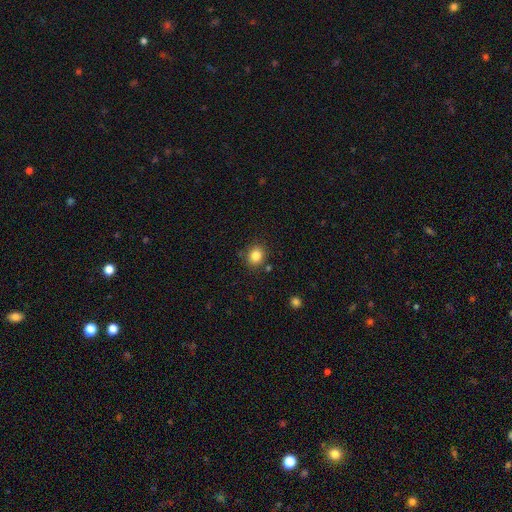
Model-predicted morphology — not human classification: A smooth galaxy with no disk features (84%) that is round (75%).

Vote fractions:
- Smooth or featured? smooth: 84% / star or artifact: 11% / featured or disk: 5%
- How rounded? round: 75% / in between: 24% / cigar-shaped: 1%
- Merging? none: 84% / minor disturbance: 9% / merger: 4% / major disturbance: 3%